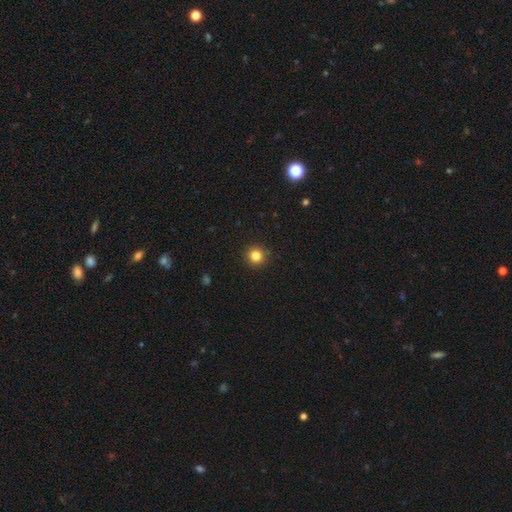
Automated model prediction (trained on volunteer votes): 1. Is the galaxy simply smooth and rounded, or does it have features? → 82% smooth, 13% star or artifact, 5% featured or disk.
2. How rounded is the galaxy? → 95% round, 4% in between, 1% cigar-shaped.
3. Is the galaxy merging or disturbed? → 92% none, 6% minor disturbance, 2% major disturbance, 1% merger.